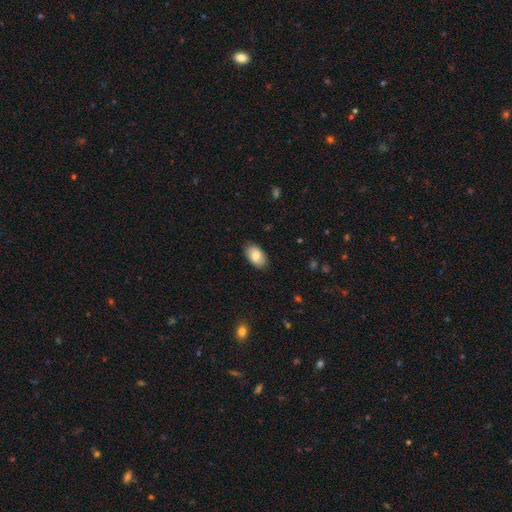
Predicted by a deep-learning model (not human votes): smooth-or-featured: smooth: 81% | featured or disk: 13% | star or artifact: 6%
  how-rounded: in between: 93% | round: 6% | cigar-shaped: 1%
  merging: none: 85% | minor disturbance: 12% | major disturbance: 2% | merger: 1%